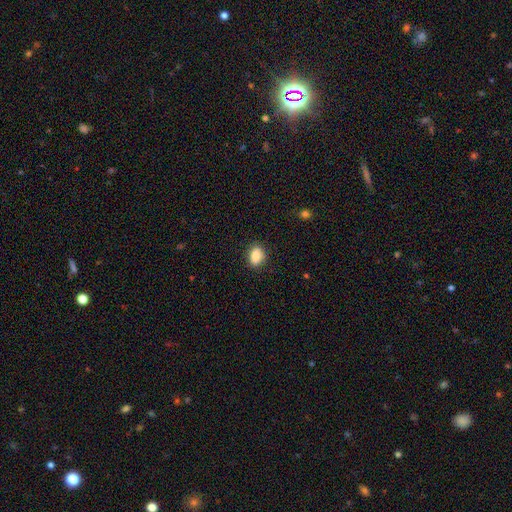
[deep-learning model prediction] smooth 86%, star or artifact 8%, featured or disk 6%. Down the decision tree: how rounded — in between (80%); merging — none (86%).